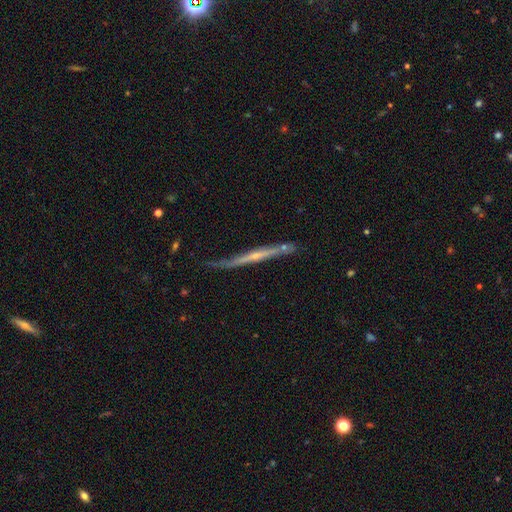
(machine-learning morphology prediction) featured or disk 71%, smooth 23%, star or artifact 6%. Down the decision tree: edge-on disk — yes (93%); edge-on bulge — none (57%); merging — none (63%).